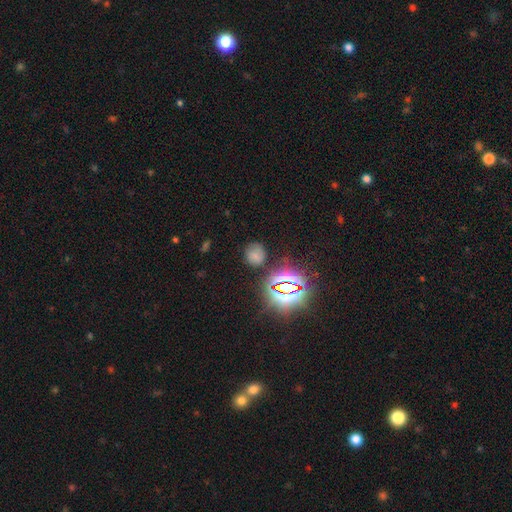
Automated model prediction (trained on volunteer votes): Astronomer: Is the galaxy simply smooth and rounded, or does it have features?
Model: smooth — 61%.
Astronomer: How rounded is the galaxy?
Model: round — 77%.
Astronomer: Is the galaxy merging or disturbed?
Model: none — 74%.